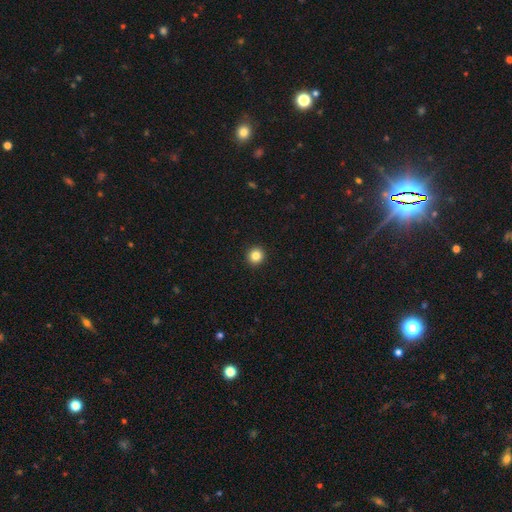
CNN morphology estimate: A smooth galaxy with no disk features (84%) that is round (94%).

Vote fractions:
- Smooth or featured? smooth: 84% / star or artifact: 11% / featured or disk: 5%
- How rounded? round: 94% / in between: 5% / cigar-shaped: 1%
- Merging? none: 94% / minor disturbance: 4% / major disturbance: 1% / merger: 1%